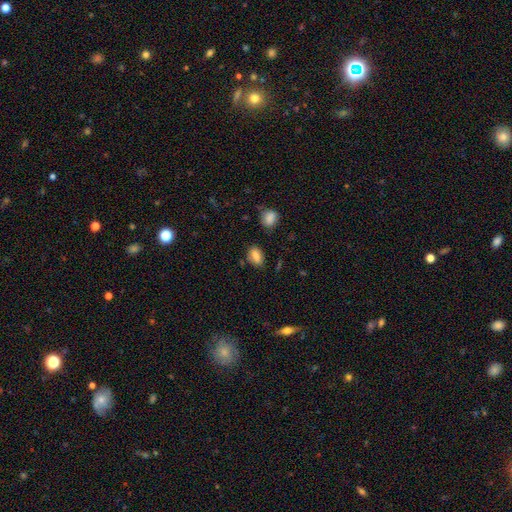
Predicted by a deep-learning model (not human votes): Morphology: type=smooth (79%); roundness=in between (85%); merging=none (76%).